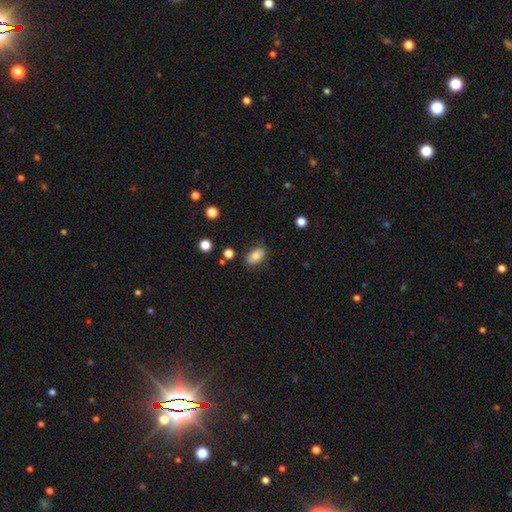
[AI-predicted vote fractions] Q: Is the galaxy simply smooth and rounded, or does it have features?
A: smooth — 81%.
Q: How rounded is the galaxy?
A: in between — 88%.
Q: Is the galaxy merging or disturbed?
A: none — 78%.